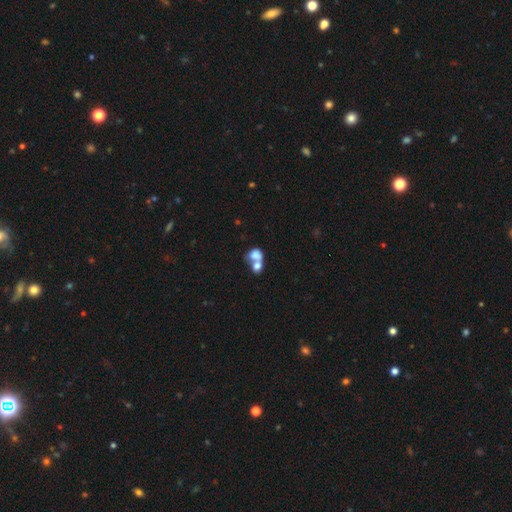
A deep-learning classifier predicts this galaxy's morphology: A smooth galaxy with no disk features (69%) that is in between round and cigar-shaped (62%).

Vote fractions:
- Smooth or featured? smooth: 69% / featured or disk: 21% / star or artifact: 10%
- How rounded? in between: 62% / round: 36% / cigar-shaped: 1%
- Merging? merger: 72% / none: 15% / major disturbance: 6% / minor disturbance: 6%